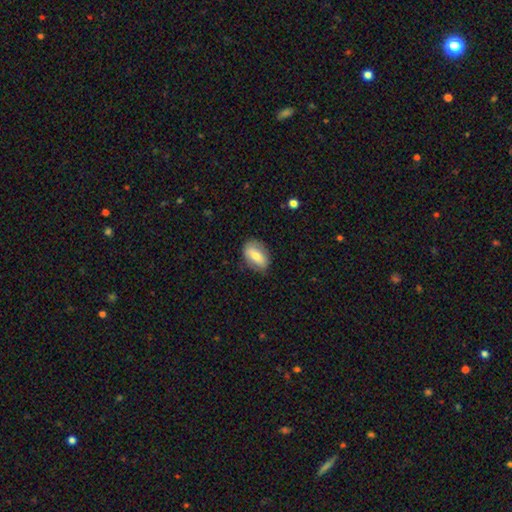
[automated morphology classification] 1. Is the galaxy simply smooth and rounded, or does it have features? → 61% smooth, 32% featured or disk, 7% star or artifact.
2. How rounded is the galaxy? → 86% in between, 11% round, 3% cigar-shaped.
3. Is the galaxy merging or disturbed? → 78% none, 16% minor disturbance, 5% major disturbance, 1% merger.